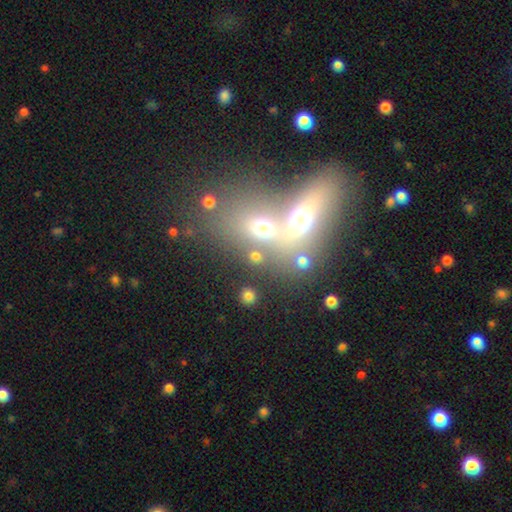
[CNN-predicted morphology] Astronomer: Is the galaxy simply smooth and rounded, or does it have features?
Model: smooth — 66%.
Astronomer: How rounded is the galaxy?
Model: round — 55% (runner-up: in between, 42%).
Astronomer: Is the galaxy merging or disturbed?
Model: none — 48% (runner-up: merger, 38%).